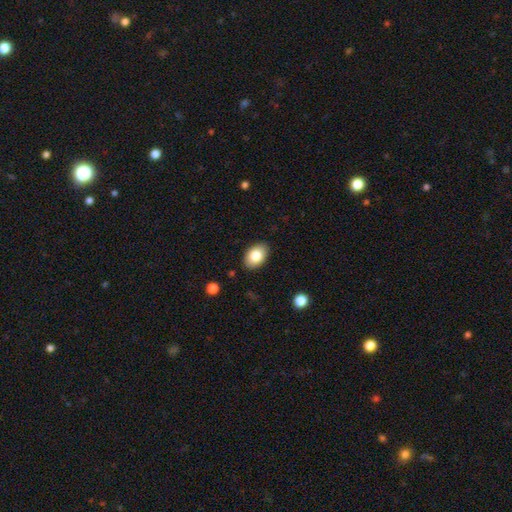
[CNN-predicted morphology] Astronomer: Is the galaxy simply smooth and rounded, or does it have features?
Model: smooth — 83%.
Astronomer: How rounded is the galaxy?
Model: in between — 87%.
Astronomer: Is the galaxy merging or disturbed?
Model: none — 87%.